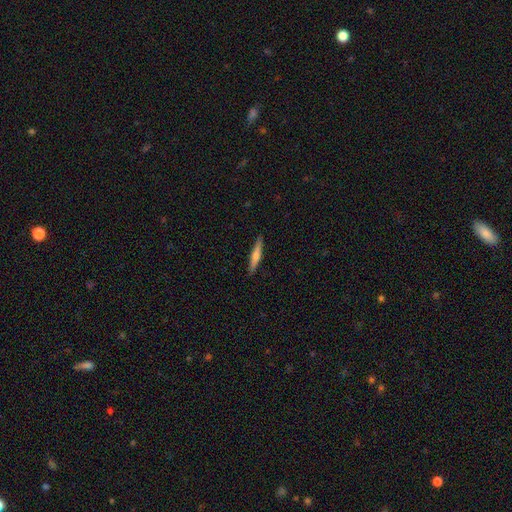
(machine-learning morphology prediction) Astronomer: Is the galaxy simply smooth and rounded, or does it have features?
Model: smooth — 53% (runner-up: featured or disk, 42%).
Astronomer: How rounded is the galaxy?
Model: cigar-shaped — 92%.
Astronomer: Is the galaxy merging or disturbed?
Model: none — 90%.